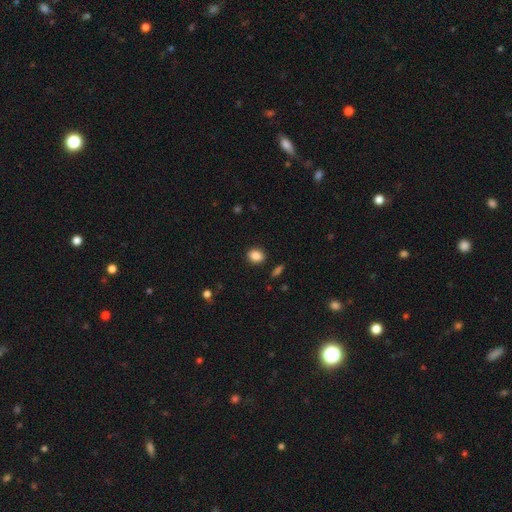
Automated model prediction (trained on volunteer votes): This appears to be a smooth galaxy with no disk features (87%) that is in between round and cigar-shaped (53%). Merging: none (88%).